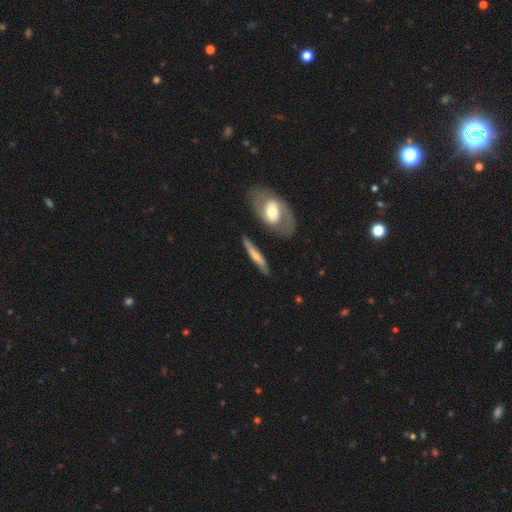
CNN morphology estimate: featured or disk 51%, smooth 44%, star or artifact 5%. Down the decision tree: edge-on disk — yes (73%); merging — none (81%).